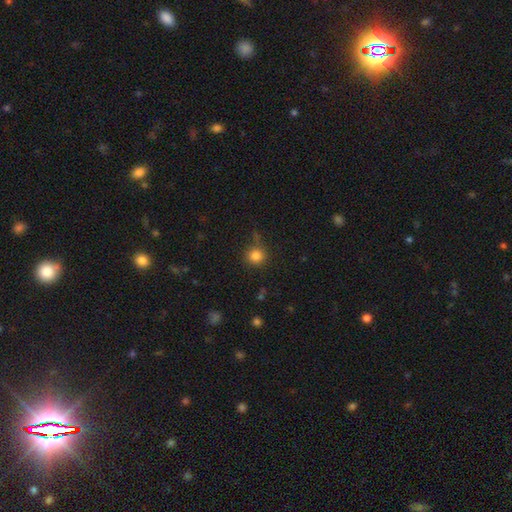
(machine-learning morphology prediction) smooth_or_featured: smooth (p=0.83) [alt: star or artifact p=0.12]
how_rounded: round (p=0.92) [alt: in between p=0.07]
merging: none (p=0.78) [alt: minor disturbance p=0.13]